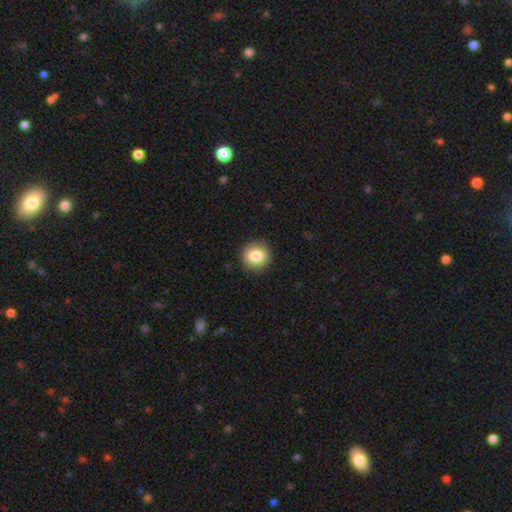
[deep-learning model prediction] A smooth galaxy with no disk features (84%) that is round (91%).

Vote fractions:
- Smooth or featured? smooth: 84% / star or artifact: 9% / featured or disk: 7%
- How rounded? round: 91% / in between: 8% / cigar-shaped: 1%
- Merging? none: 90% / minor disturbance: 7% / major disturbance: 2% / merger: 1%